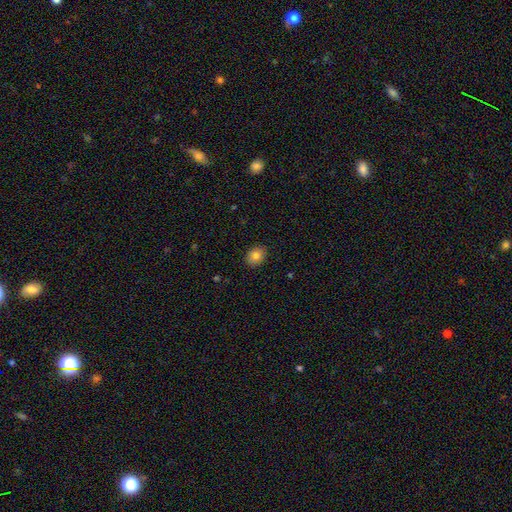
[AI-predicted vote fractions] A smooth galaxy with no disk features (83%) that is round (50%). Merging: none (89%).